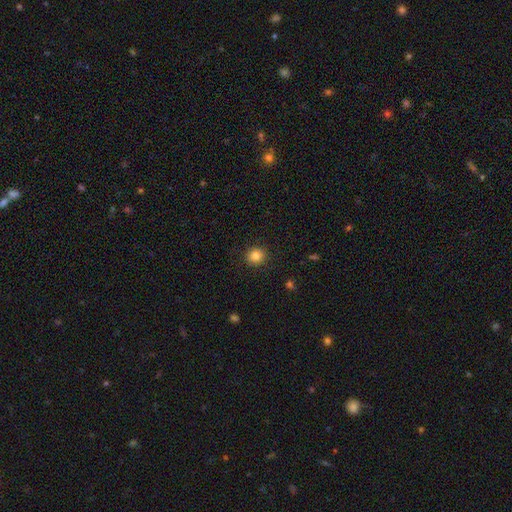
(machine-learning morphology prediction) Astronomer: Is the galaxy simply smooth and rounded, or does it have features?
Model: smooth — 83%.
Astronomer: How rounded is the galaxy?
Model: round — 91%.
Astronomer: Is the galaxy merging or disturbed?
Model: none — 91%.